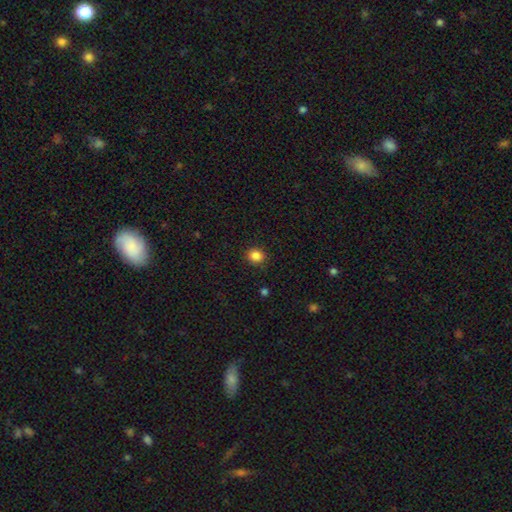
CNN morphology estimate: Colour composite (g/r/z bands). It shows a smooth galaxy with no disk features (86%) that is round (78%). Merging: none (89%).